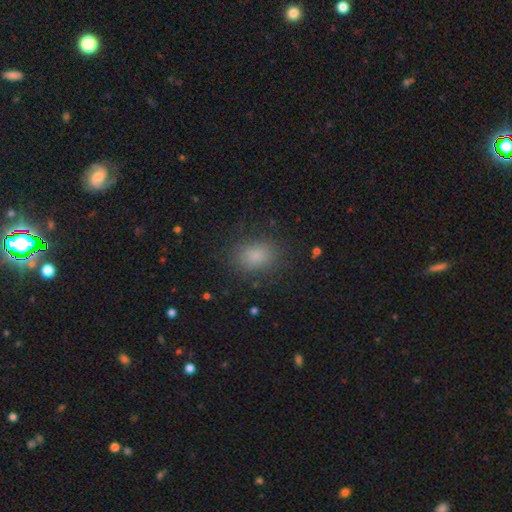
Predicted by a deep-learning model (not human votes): A smooth galaxy with no disk features (82%) that is in between round and cigar-shaped (69%). Merging: none (83%).